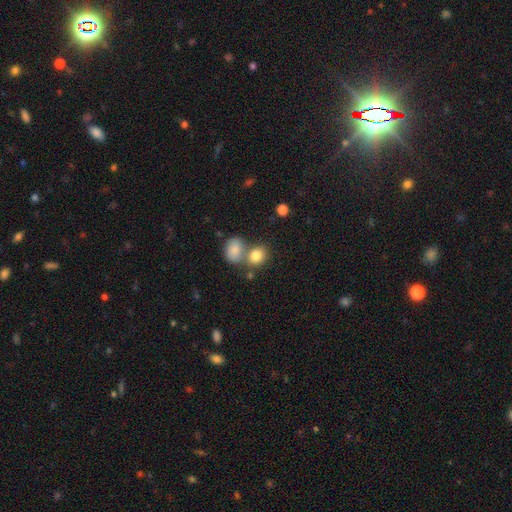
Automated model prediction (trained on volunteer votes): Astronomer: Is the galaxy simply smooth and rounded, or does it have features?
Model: smooth — 82%.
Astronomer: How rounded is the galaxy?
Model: round — 54% (runner-up: in between, 45%).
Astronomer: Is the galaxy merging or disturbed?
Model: none — 44% (runner-up: merger, 43%).